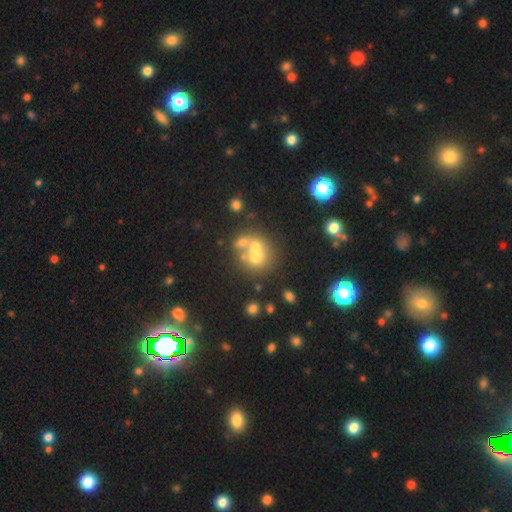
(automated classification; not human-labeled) A smooth galaxy with no disk features (53%) that is round (77%). Merging: merger (51%).